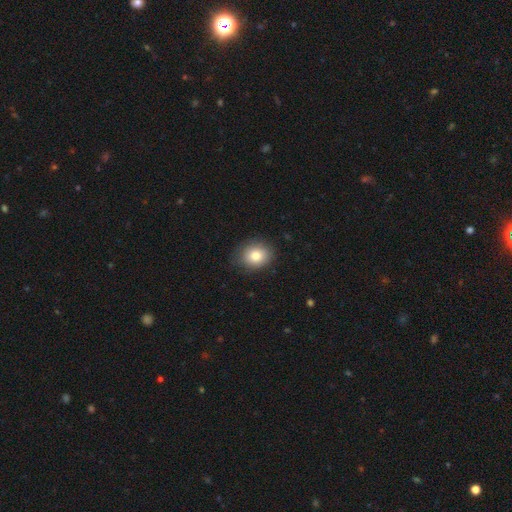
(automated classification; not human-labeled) Q: Smooth or featured?
A: smooth (82%); runner-up: featured or disk (9%)
Q: How rounded?
A: round (61%); runner-up: in between (38%)
Q: Merging?
A: none (82%); runner-up: minor disturbance (13%)